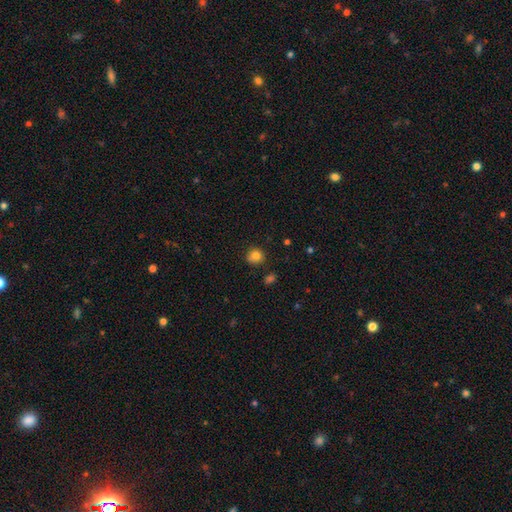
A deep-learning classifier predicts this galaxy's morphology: Overall: smooth (83%). How rounded: round (87%). Merging: none (83%).